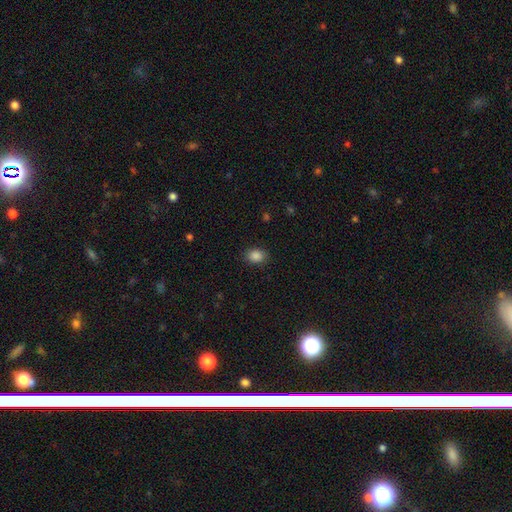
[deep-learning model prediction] Overall: smooth (87%). How rounded: in between (65%; round 34%). Merging: none (87%).